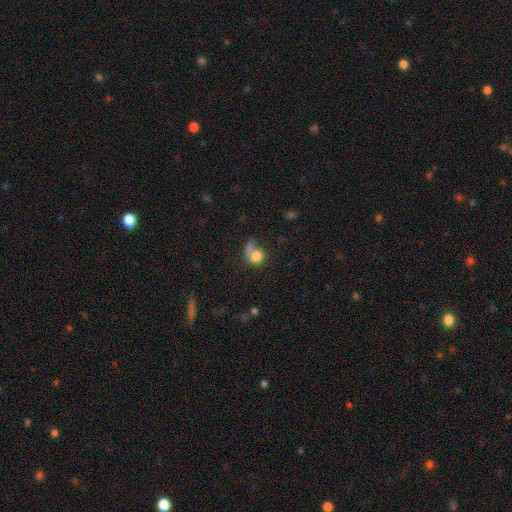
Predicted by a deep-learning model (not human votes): A smooth galaxy with no disk features (72%) that is round (70%).

Vote fractions:
- Smooth or featured? smooth: 72% / featured or disk: 18% / star or artifact: 10%
- How rounded? round: 70% / in between: 28% / cigar-shaped: 1%
- Merging? none: 34% / major disturbance: 26% / merger: 20% / minor disturbance: 19%